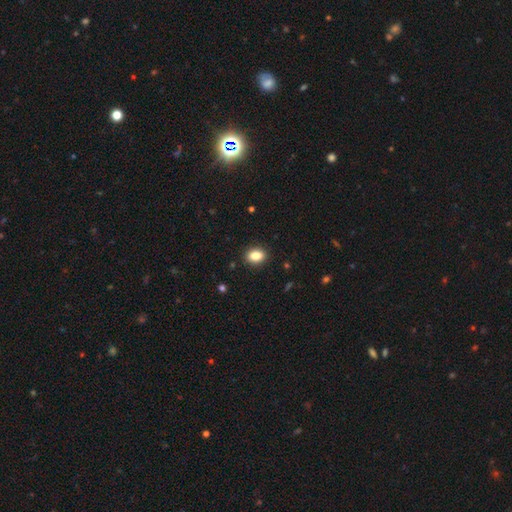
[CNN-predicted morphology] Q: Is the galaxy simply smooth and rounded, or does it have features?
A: smooth — 85%.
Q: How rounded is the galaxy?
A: in between — 72%.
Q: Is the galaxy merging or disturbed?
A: none — 90%.